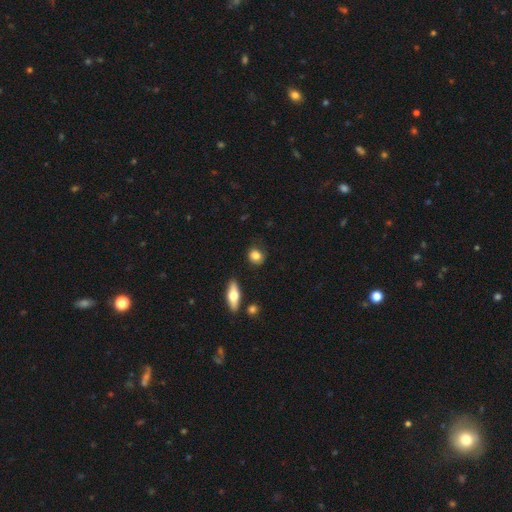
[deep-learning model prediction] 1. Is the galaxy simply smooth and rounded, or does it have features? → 81% smooth, 11% featured or disk, 8% star or artifact.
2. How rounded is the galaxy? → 67% round, 31% in between, 3% cigar-shaped.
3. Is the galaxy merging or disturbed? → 78% none, 16% minor disturbance, 4% major disturbance, 3% merger.